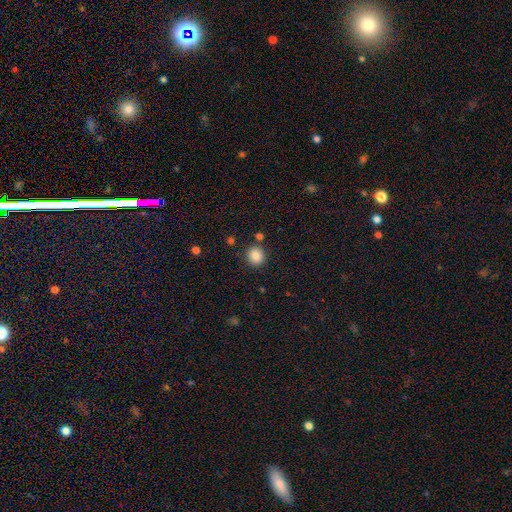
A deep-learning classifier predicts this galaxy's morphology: Smooth or featured: smooth — 86% (star or artifact — 10%)
How rounded: round — 85% (in between — 14%)
Merging: none — 87% (minor disturbance — 7%)